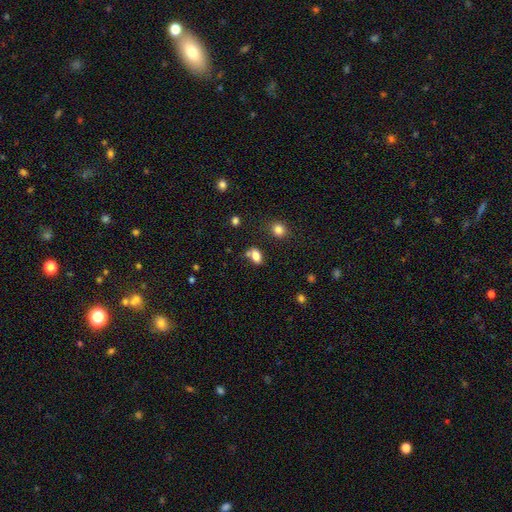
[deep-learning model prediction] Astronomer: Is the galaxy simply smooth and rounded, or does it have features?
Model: smooth — 80%.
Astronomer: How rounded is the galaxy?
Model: in between — 83%.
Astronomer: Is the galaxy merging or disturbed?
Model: none — 59%.